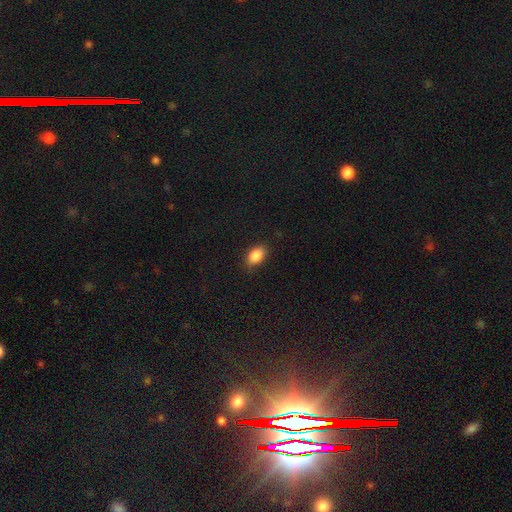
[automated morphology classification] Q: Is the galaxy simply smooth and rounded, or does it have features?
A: smooth — 87%.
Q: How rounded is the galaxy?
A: in between — 87%.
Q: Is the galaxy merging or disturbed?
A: none — 83%.